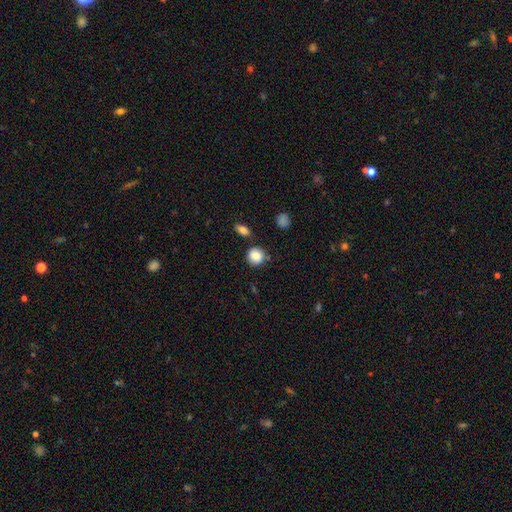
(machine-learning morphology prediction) The model was most divided on "merging": none: 81%, minor disturbance: 11%, merger: 5%, major disturbance: 3%. More confident: how rounded — round (87%); smooth or featured — smooth (86%).